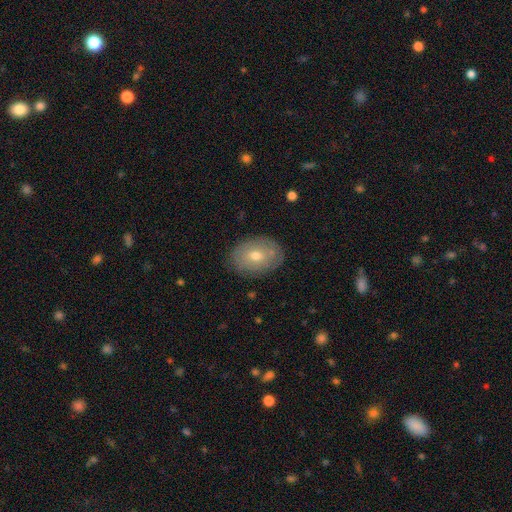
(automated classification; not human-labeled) Smooth or featured? Predicted: smooth (p=0.58). How rounded? Predicted: in between (p=0.75). Merging? Predicted: none (p=0.83).